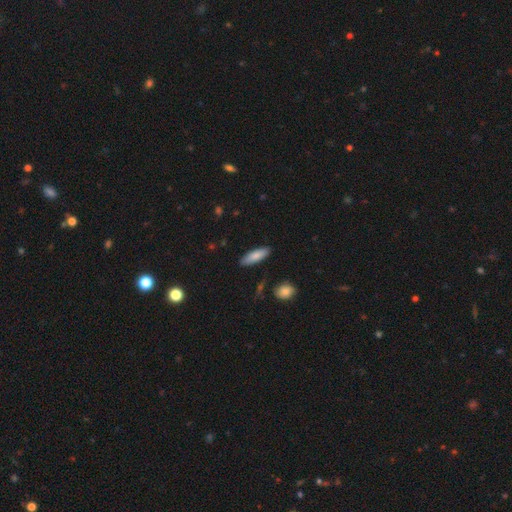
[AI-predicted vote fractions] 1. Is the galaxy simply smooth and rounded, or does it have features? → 81% smooth, 13% featured or disk, 6% star or artifact.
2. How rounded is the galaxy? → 54% in between, 45% cigar-shaped, 2% round.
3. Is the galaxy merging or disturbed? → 86% none, 10% minor disturbance, 2% major disturbance, 2% merger.